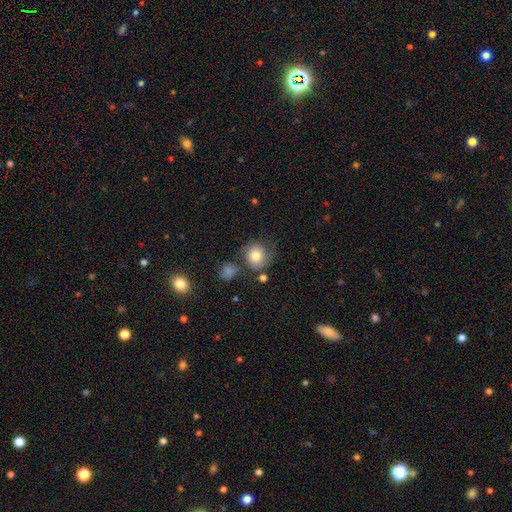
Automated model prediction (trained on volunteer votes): smooth 71%, featured or disk 21%, star or artifact 9%. Down the decision tree: how rounded — round (82%); merging — none (53%).